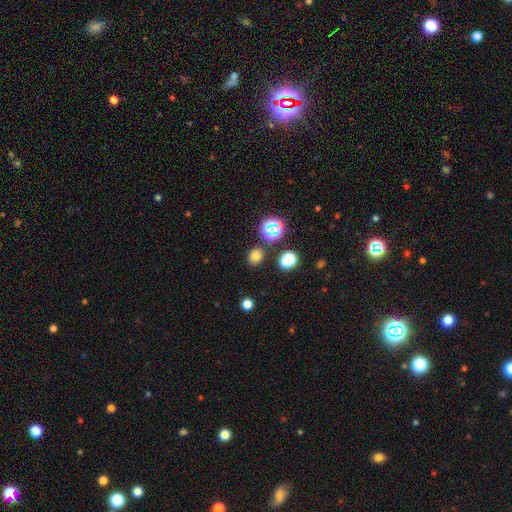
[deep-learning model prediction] Q: Smooth or featured?
A: smooth (73%); runner-up: star or artifact (22%)
Q: How rounded?
A: round (75%); runner-up: in between (24%)
Q: Merging?
A: none (85%); runner-up: minor disturbance (8%)